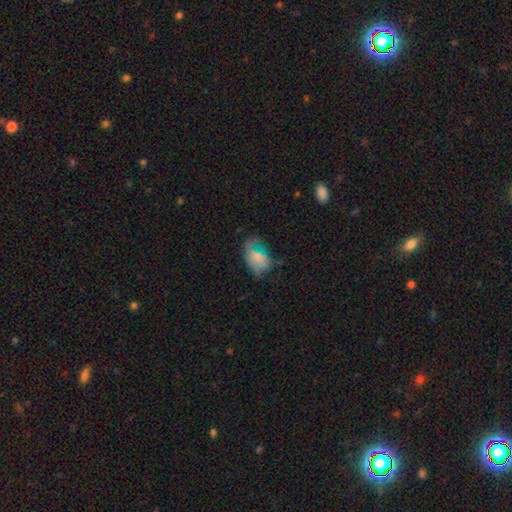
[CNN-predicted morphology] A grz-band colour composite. It shows a smooth galaxy with no disk features (59%) that is in between round and cigar-shaped (88%). Merging: major disturbance (33%).